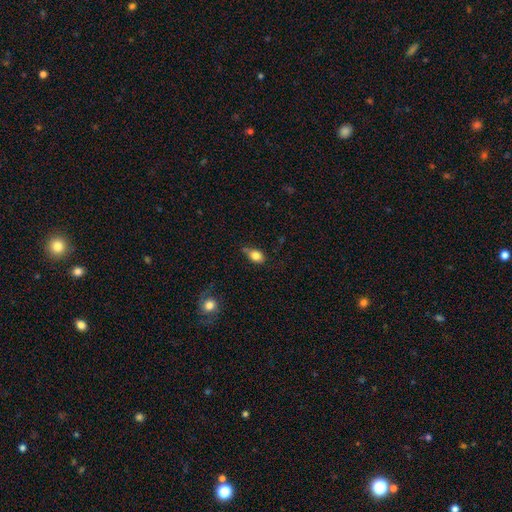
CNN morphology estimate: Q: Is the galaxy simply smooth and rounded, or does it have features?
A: smooth — 81%.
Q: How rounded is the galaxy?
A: in between — 68%.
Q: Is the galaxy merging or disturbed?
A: none — 52%.